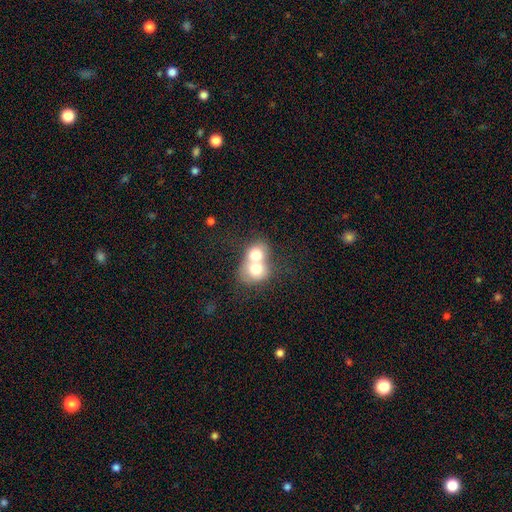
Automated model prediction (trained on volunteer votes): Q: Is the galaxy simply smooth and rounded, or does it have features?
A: smooth — 70%.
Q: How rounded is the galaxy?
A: round — 63%.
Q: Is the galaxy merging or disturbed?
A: merger — 79%.